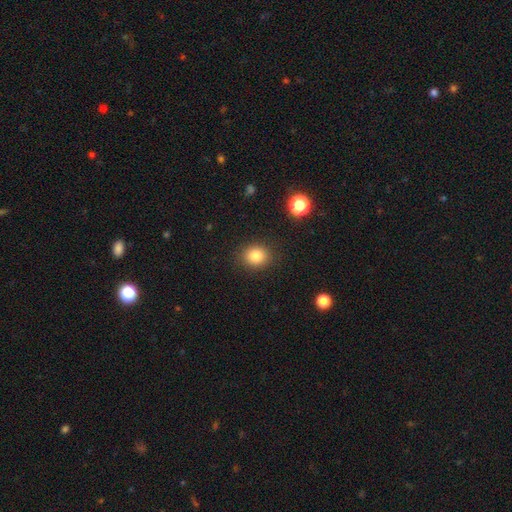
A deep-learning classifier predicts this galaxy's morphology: Q: Smooth or featured?
A: smooth (83%); runner-up: star or artifact (11%)
Q: How rounded?
A: round (70%); runner-up: in between (30%)
Q: Merging?
A: none (88%); runner-up: minor disturbance (8%)